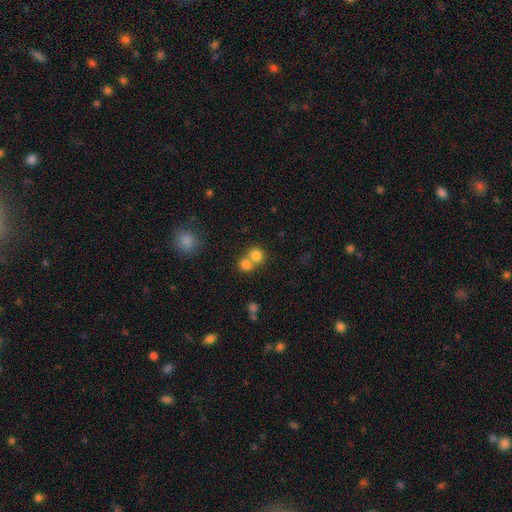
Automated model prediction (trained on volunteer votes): Smooth or featured? Predicted: smooth (p=0.79). How rounded? Predicted: round (p=0.84). Merging? Predicted: merger (p=0.51).